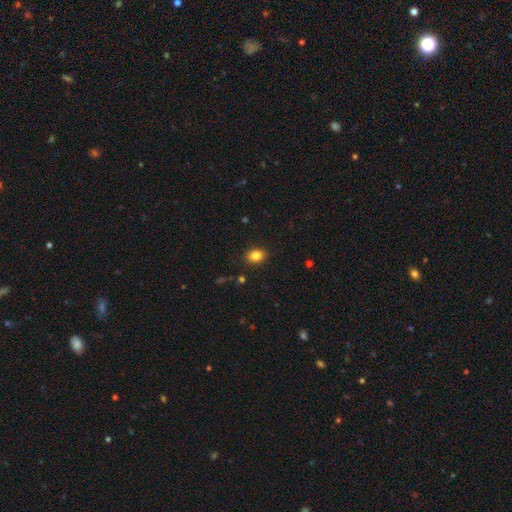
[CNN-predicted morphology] Overall: smooth (84%). How rounded: in between (68%; round 31%). Merging: none (89%).